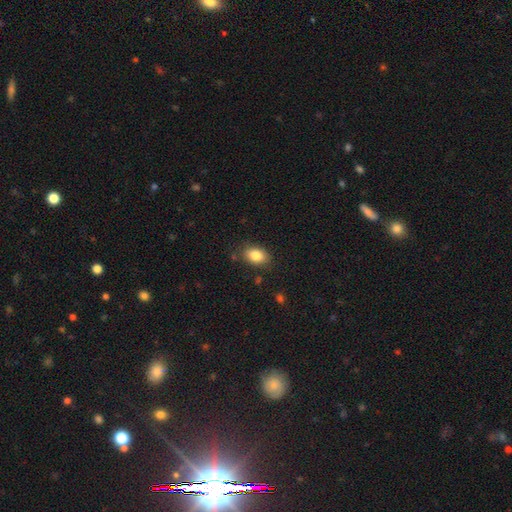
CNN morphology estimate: Smooth or featured? smooth (84%)
How rounded? in between (86%)
Merging? none (82%)